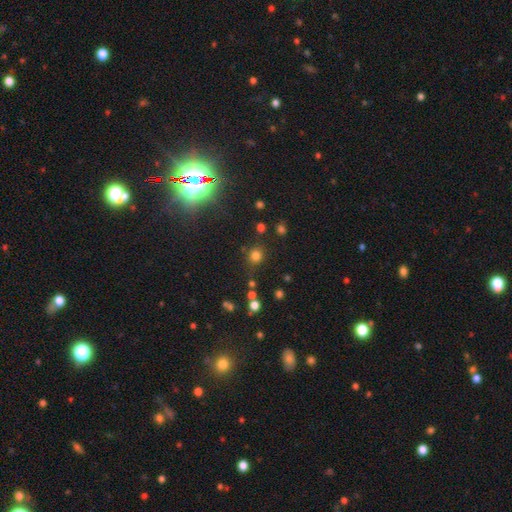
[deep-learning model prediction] Overall: smooth (73%). How rounded: round (86%). Merging: none (80%).